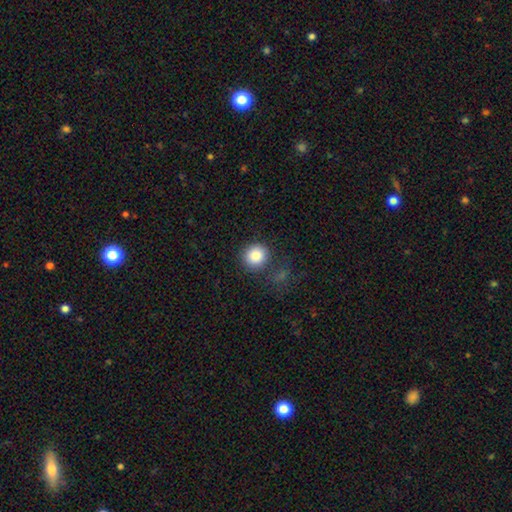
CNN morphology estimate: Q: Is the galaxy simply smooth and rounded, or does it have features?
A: smooth — 86%.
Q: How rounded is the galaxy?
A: round — 90%.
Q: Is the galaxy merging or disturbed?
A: none — 81%.